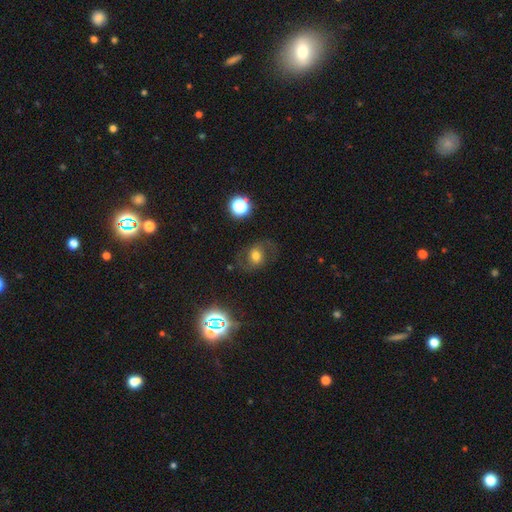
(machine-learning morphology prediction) The model was most divided on "smooth or featured": smooth: 44%, featured or disk: 40%, star or artifact: 16%. More confident: merging — none (70%).